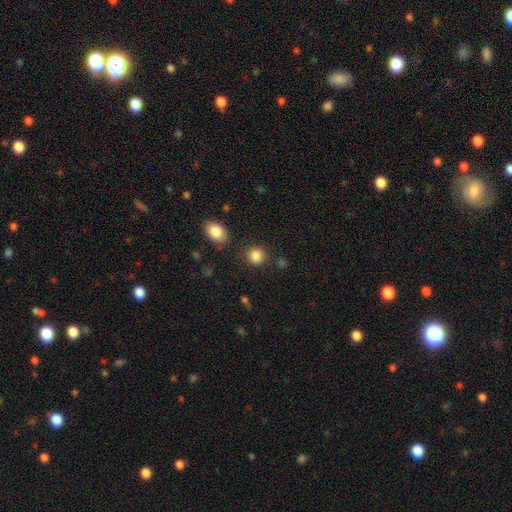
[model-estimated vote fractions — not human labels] Smooth or featured?
  - smooth: 86% *
  - star or artifact: 10%
  - featured or disk: 4%
How rounded?
  - round: 75% *
  - in between: 24%
  - cigar-shaped: 1%
Merging?
  - none: 80% *
  - minor disturbance: 11%
  - merger: 4%
  - major disturbance: 4%